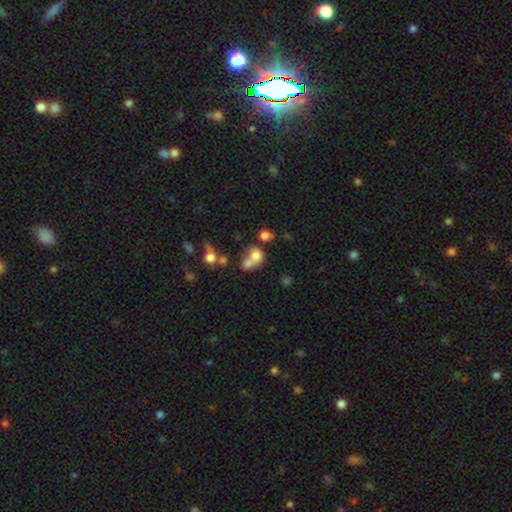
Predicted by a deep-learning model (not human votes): Smooth or featured: smooth — 71% (featured or disk — 16%)
How rounded: round — 62% (in between — 37%)
Merging: merger — 59% (none — 27%)